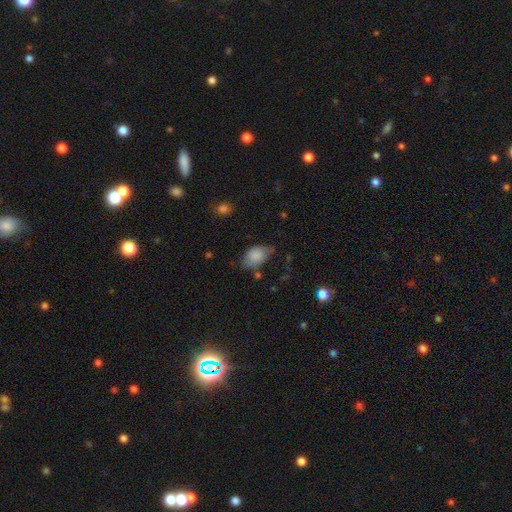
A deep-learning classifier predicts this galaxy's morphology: A smooth galaxy with no disk features (83%) that is in between round and cigar-shaped (87%).

Vote fractions:
- Smooth or featured? smooth: 83% / featured or disk: 9% / star or artifact: 8%
- How rounded? in between: 87% / round: 12% / cigar-shaped: 1%
- Merging? none: 53% / minor disturbance: 35% / major disturbance: 9% / merger: 3%